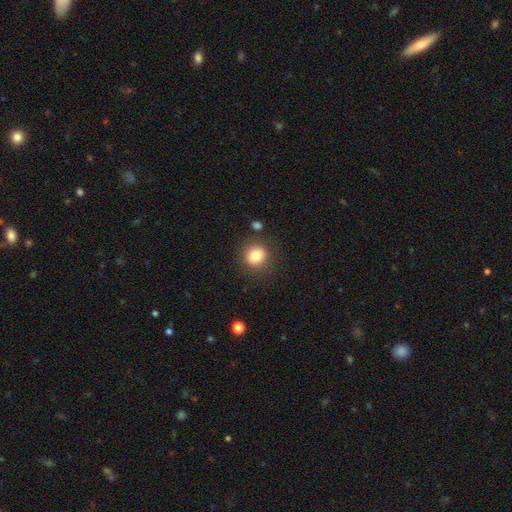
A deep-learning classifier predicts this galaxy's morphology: The model was most divided on "smooth or featured": smooth: 81%, star or artifact: 11%, featured or disk: 8%. More confident: how rounded — round (90%); merging — none (85%).